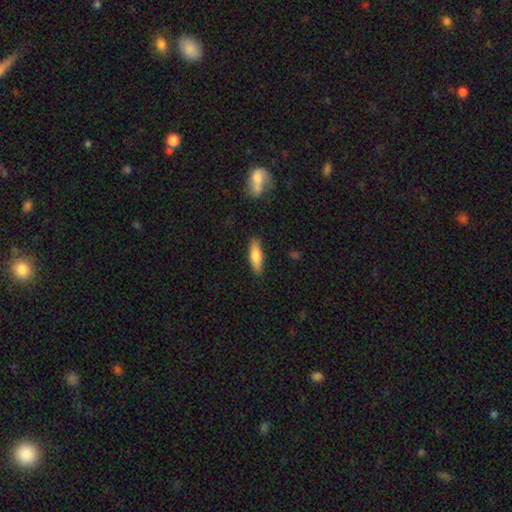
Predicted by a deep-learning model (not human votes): smooth-or-featured: smooth: 77% | featured or disk: 17% | star or artifact: 6%
  how-rounded: in between: 51% | cigar-shaped: 47% | round: 2%
  merging: none: 86% | minor disturbance: 10% | major disturbance: 2% | merger: 1%